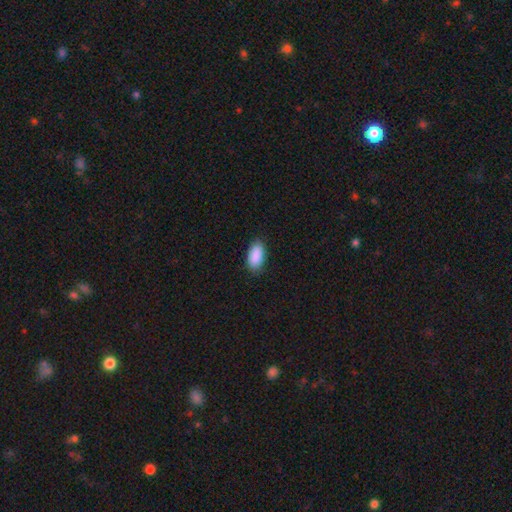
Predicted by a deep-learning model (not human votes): A smooth galaxy with no disk features (91%) that is in between round and cigar-shaped (93%). Merging: none (86%).